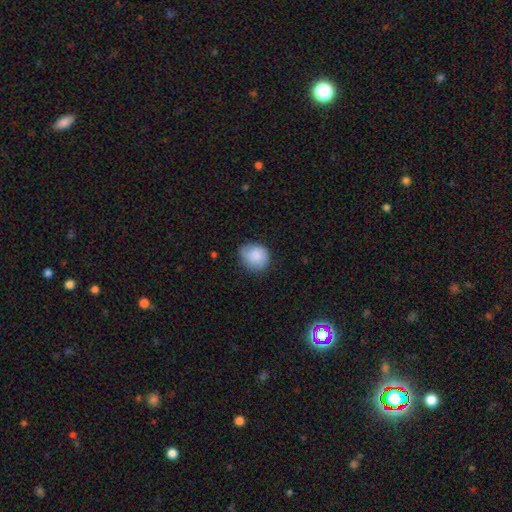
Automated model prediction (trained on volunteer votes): smooth-or-featured: smooth: 85% | featured or disk: 8% | star or artifact: 7%
  how-rounded: round: 74% | in between: 25% | cigar-shaped: 1%
  merging: none: 71% | minor disturbance: 23% | major disturbance: 4% | merger: 1%